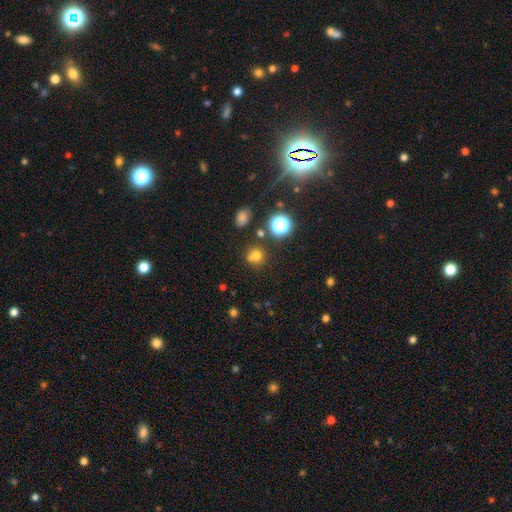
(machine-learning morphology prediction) Smooth or featured? Predicted: smooth (p=0.69). How rounded? Predicted: round (p=0.87). Merging? Predicted: none (p=0.64).